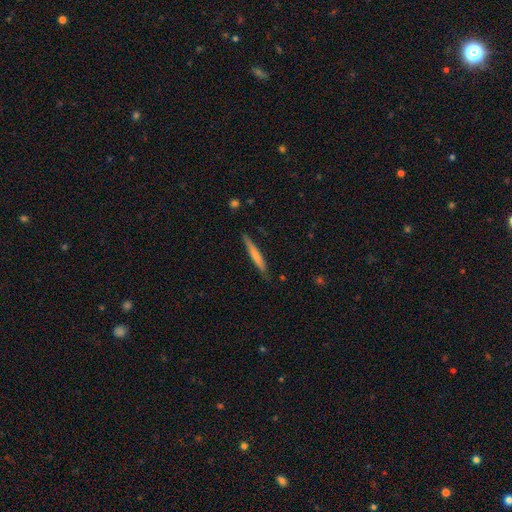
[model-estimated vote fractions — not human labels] A smooth galaxy with no disk features (61%) that is cigar-shaped (95%).

Vote fractions:
- Smooth or featured? smooth: 61% / featured or disk: 33% / star or artifact: 6%
- How rounded? cigar-shaped: 95% / in between: 4% / round: 1%
- Merging? none: 84% / minor disturbance: 13% / major disturbance: 2% / merger: 1%